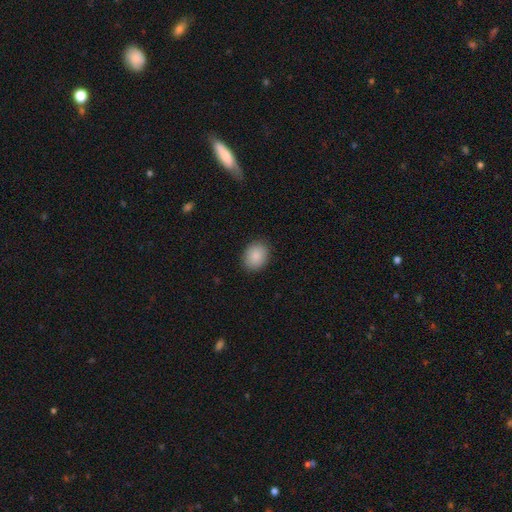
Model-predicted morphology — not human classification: This is clearly a smooth galaxy (87%). How rounded: possibly in between (51%). Merging: clearly none (88%).